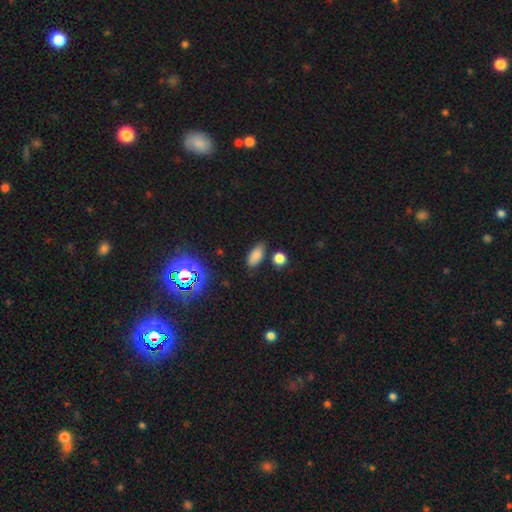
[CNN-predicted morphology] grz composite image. It shows a smooth galaxy with no disk features (79%) that is in between round and cigar-shaped (86%). Merging: none (77%).